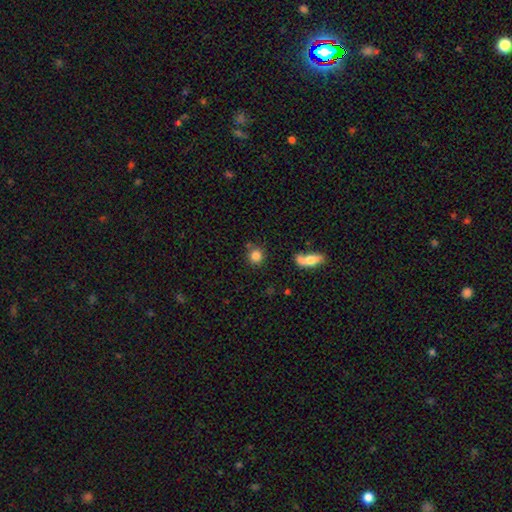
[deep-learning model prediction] smooth_or_featured: smooth (p=0.83) [alt: star or artifact p=0.10]
how_rounded: round (p=0.87) [alt: in between p=0.11]
merging: none (p=0.73) [alt: merger p=0.12]